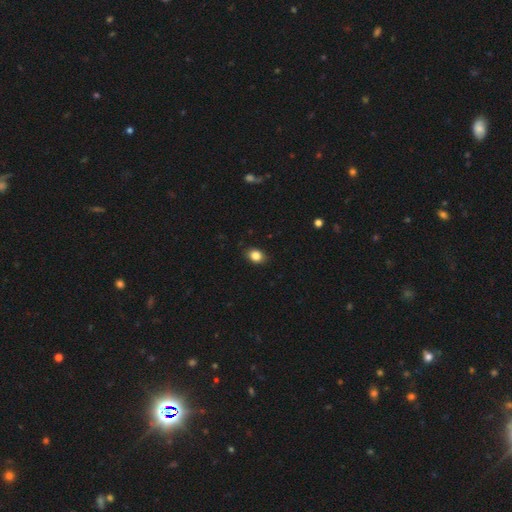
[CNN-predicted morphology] A smooth galaxy with no disk features (86%) that is in between round and cigar-shaped (63%). Merging: none (87%).